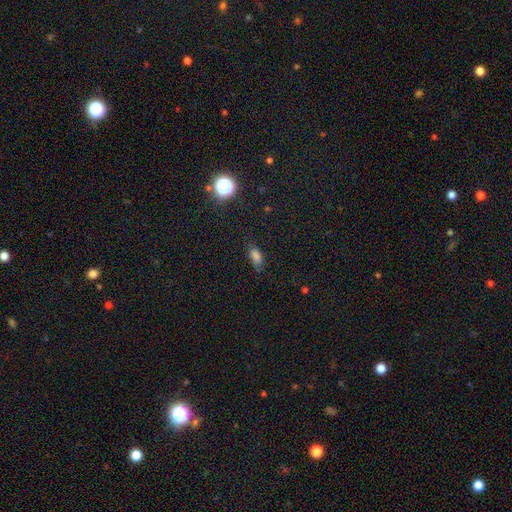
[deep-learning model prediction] This appears to be a smooth galaxy with no disk features (75%) that is in between round and cigar-shaped (85%). Merging: none (65%).